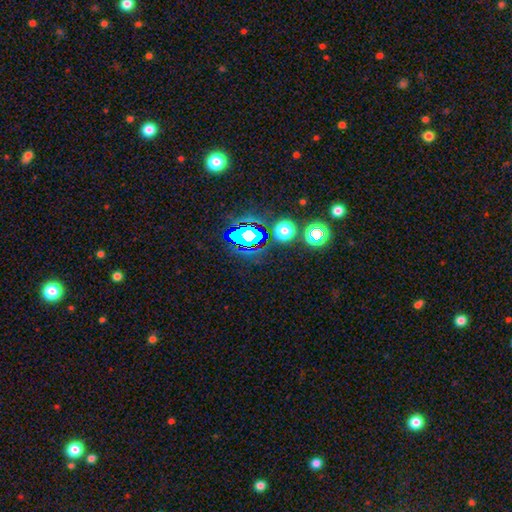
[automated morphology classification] This appears to be a star or artifact, not a galaxy (74%).